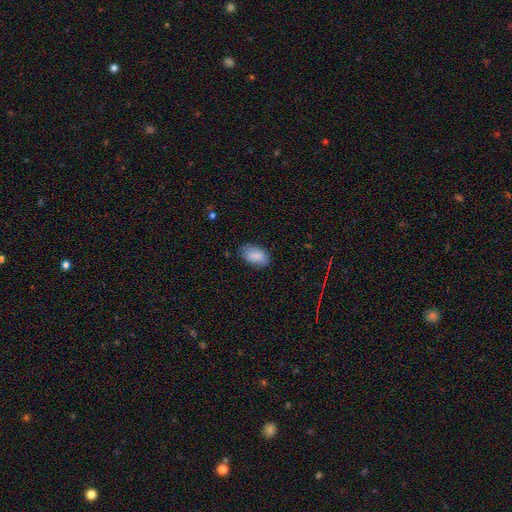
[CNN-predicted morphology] Smooth or featured? Predicted: smooth (p=0.86). How rounded? Predicted: in between (p=0.93). Merging? Predicted: none (p=0.75).